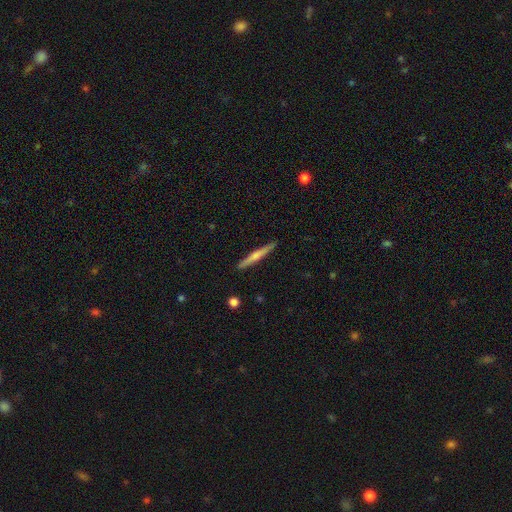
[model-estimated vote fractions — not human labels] Smooth or featured?
  - smooth: 48% *
  - featured or disk: 47%
  - star or artifact: 6%
Merging?
  - none: 90% *
  - minor disturbance: 7%
  - major disturbance: 1%
  - merger: 1%